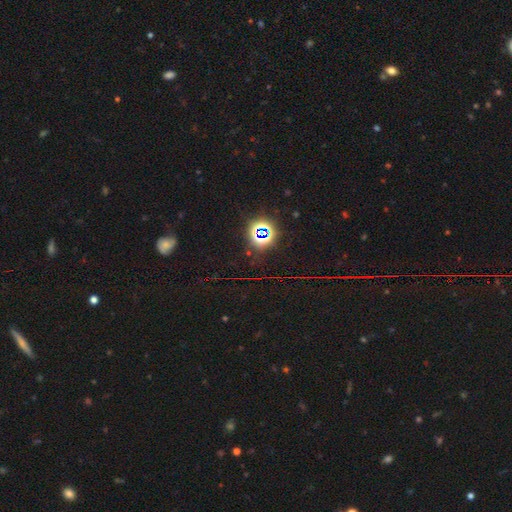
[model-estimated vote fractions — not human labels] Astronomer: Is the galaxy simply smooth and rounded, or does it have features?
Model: star or artifact — 83%.